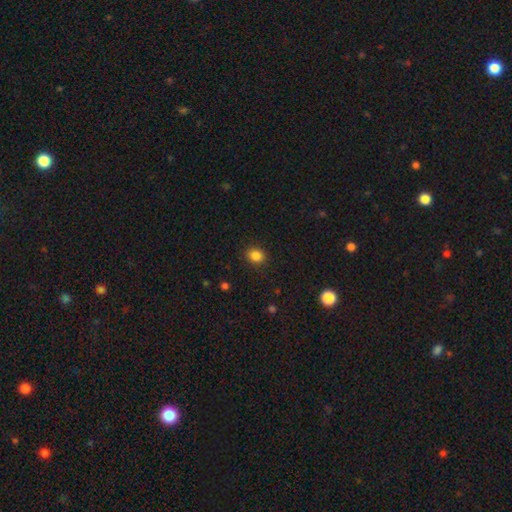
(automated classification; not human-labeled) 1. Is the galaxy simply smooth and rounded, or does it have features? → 85% smooth, 11% star or artifact, 4% featured or disk.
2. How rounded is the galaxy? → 62% round, 37% in between, 1% cigar-shaped.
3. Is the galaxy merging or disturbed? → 89% none, 8% minor disturbance, 2% major disturbance, 1% merger.